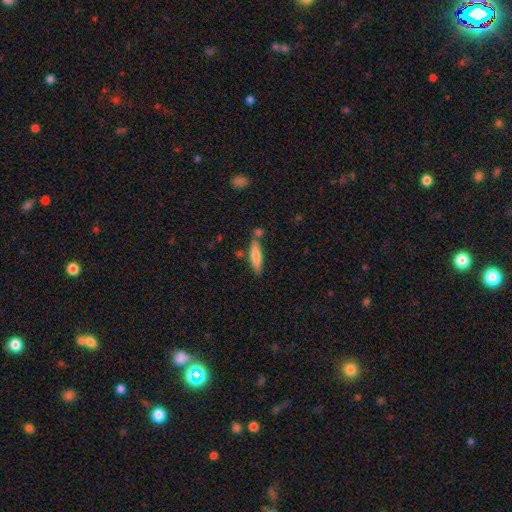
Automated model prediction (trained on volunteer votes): Morphology: type=smooth (69%); roundness=cigar-shaped (78%); merging=none (72%).